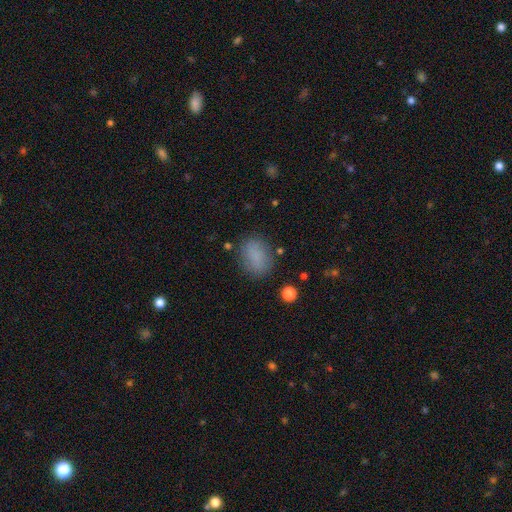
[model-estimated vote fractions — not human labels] Q: Smooth or featured?
A: smooth (82%); runner-up: star or artifact (11%)
Q: How rounded?
A: in between (72%); runner-up: round (26%)
Q: Merging?
A: none (78%); runner-up: minor disturbance (15%)